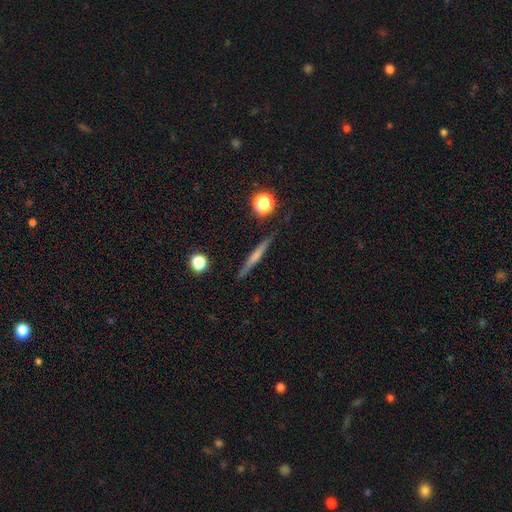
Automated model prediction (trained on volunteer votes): smooth_or_featured: featured or disk (p=0.47) [alt: smooth p=0.44]
merging: none (p=0.88) [alt: minor disturbance p=0.08]